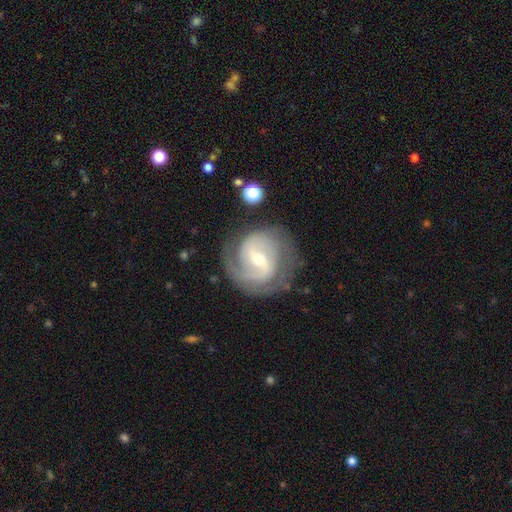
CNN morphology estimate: This is clearly a featured or disk galaxy (86%). It is clearly not viewed edge-on (97%). Bar: possibly weak (50%). Spiral arm pattern: clearly yes (95%). Spiral arm count: likely 2 (71%). Spiral winding: possibly tight (45%). Central bulge: possibly moderate (52%). Merging: likely none (75%).